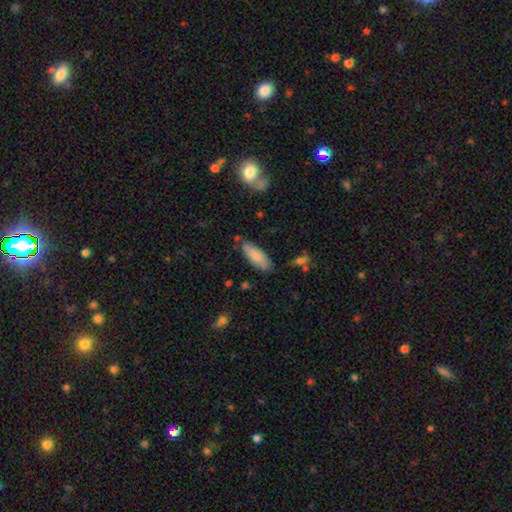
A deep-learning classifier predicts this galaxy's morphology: The model was most divided on "how rounded": in between: 71%, cigar-shaped: 28%, round: 2%. More confident: smooth or featured — smooth (81%); merging — none (72%).